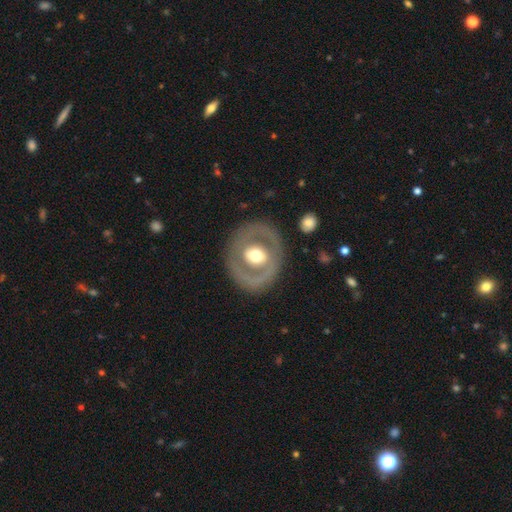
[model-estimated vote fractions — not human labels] Smooth or featured?
  - featured or disk: 63% *
  - smooth: 32%
  - star or artifact: 5%
Edge-on disk?
  - no: 95% *
  - yes: 5%
Bar?
  - no: 63% *
  - weak: 23%
  - strong: 13%
Spiral arms?
  - no: 79% *
  - yes: 21%
Bulge size?
  - moderate: 64% *
  - large: 28%
  - small: 5%
  - dominant: 2%
  - none: 1%
Merging?
  - none: 82% *
  - minor disturbance: 10%
  - major disturbance: 6%
  - merger: 2%